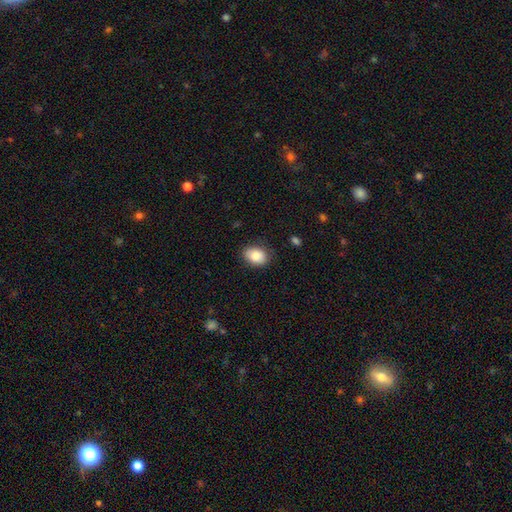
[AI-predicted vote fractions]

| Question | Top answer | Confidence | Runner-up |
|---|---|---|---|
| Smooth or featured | smooth | 85% | star or artifact (7%) |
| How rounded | in between | 77% | round (22%) |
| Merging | none | 81% | minor disturbance (15%) |